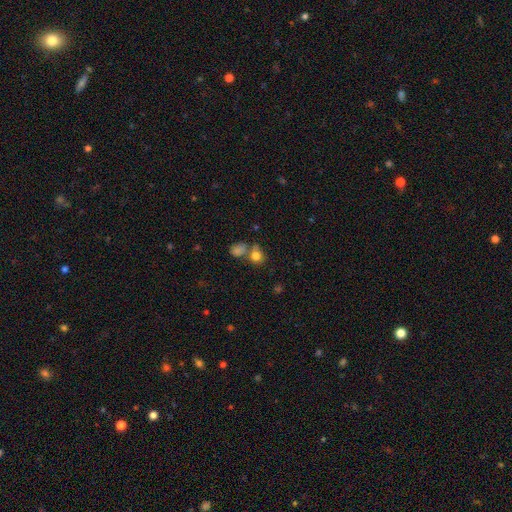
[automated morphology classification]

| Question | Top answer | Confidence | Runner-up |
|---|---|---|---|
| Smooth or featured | smooth | 79% | star or artifact (12%) |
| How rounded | round | 73% | in between (25%) |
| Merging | none | 51% | merger (32%) |